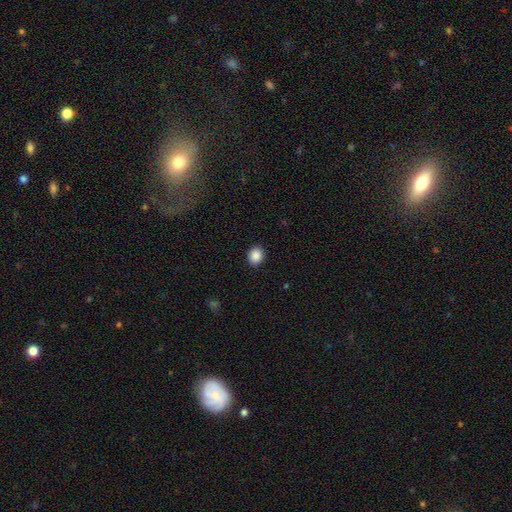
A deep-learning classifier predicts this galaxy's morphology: smooth 88%, star or artifact 9%, featured or disk 3%. Down the decision tree: how rounded — round (57%); merging — none (91%).